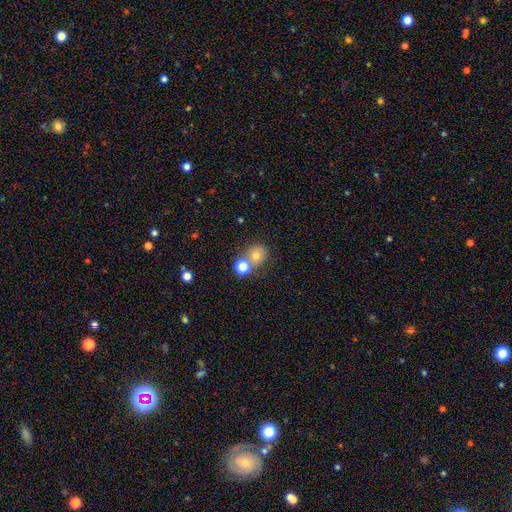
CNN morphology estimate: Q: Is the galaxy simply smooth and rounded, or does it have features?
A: smooth — 74%.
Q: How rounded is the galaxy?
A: round — 81%.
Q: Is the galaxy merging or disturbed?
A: none — 54%.